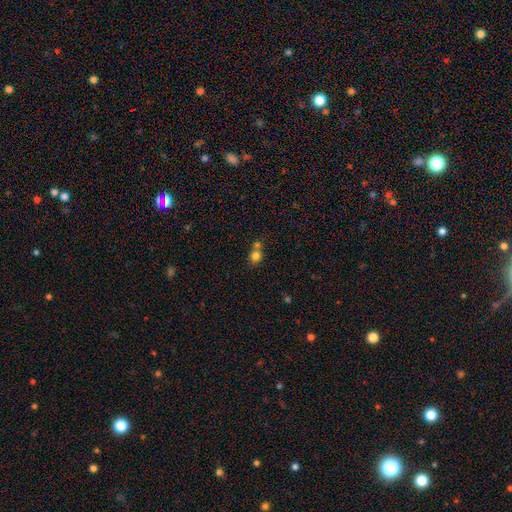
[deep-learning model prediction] smooth 79%, star or artifact 13%, featured or disk 8%. Down the decision tree: how rounded — round (80%); merging — none (49%).